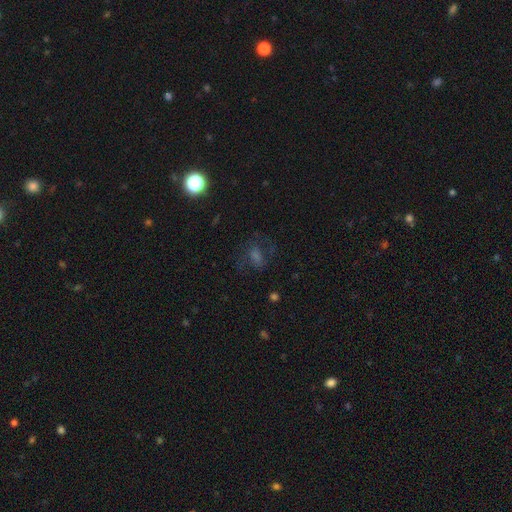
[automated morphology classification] smooth 37%, star or artifact 32%, featured or disk 31%. Down the decision tree: merging — none (65%).